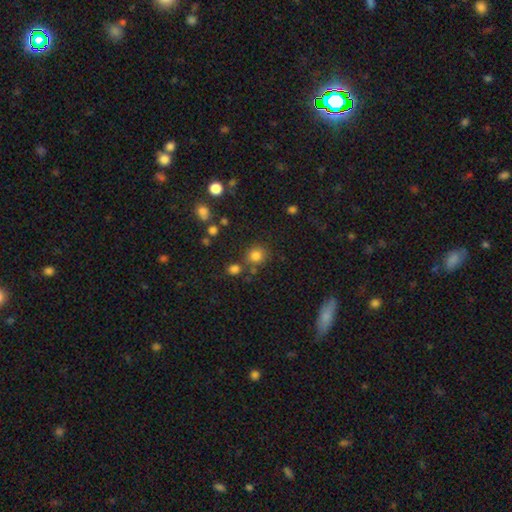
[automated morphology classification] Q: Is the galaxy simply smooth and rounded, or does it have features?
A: smooth — 81%.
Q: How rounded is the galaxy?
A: round — 88%.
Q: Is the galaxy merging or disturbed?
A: none — 76%.